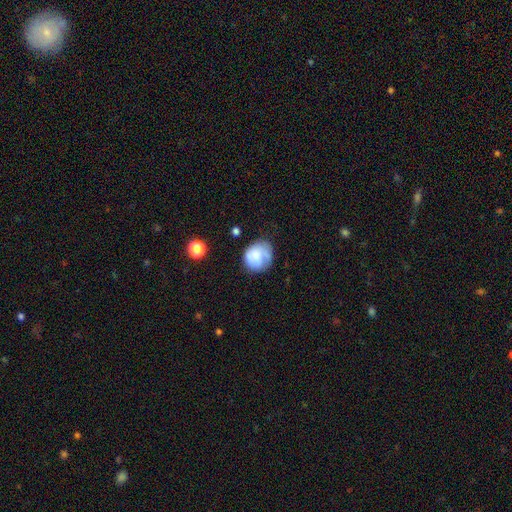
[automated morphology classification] A smooth galaxy with no disk features (65%) that is round (75%). Merging: none (55%).